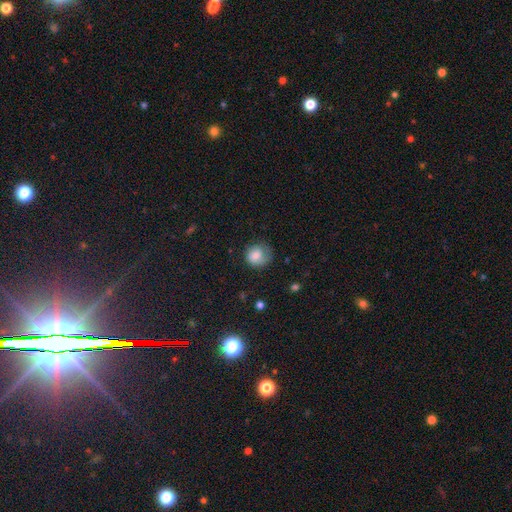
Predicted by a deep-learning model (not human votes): A smooth galaxy with no disk features (81%) that is round (82%). Merging: none (58%).